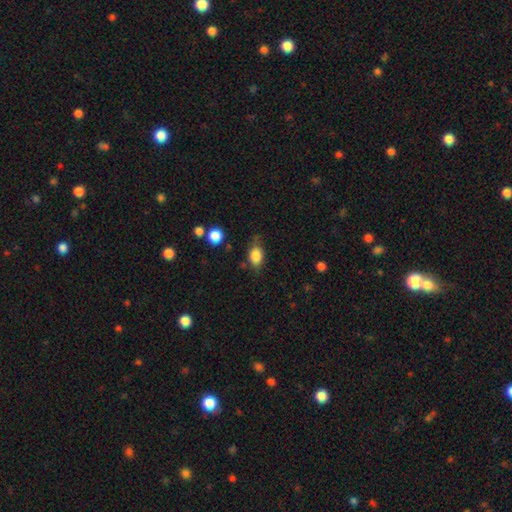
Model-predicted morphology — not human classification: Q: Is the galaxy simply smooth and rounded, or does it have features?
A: smooth — 82%.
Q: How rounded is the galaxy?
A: in between — 79%.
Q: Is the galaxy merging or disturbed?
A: none — 61%.